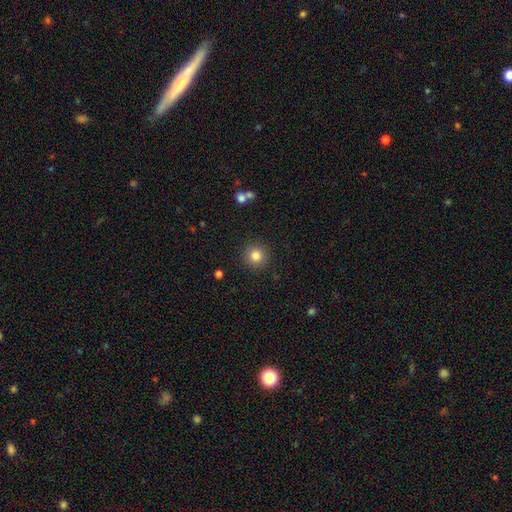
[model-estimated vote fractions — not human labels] Q: Smooth or featured?
A: smooth (83%); runner-up: star or artifact (11%)
Q: How rounded?
A: round (95%); runner-up: in between (4%)
Q: Merging?
A: none (91%); runner-up: minor disturbance (5%)